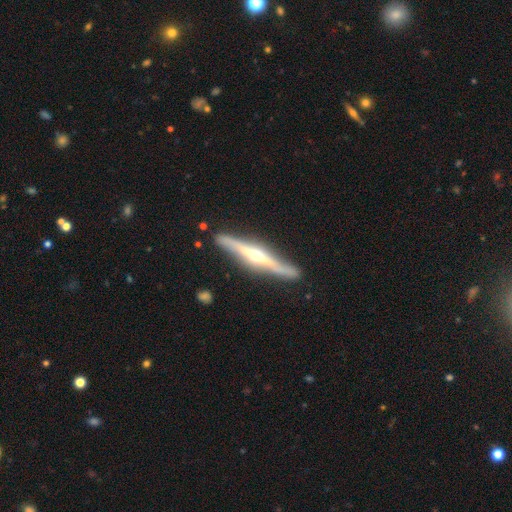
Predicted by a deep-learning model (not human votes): Q: Smooth or featured?
A: featured or disk (81%); runner-up: smooth (14%)
Q: Edge-on disk?
A: yes (96%); runner-up: no (4%)
Q: Edge-on bulge?
A: rounded (90%); runner-up: none (6%)
Q: Merging?
A: none (86%); runner-up: minor disturbance (10%)